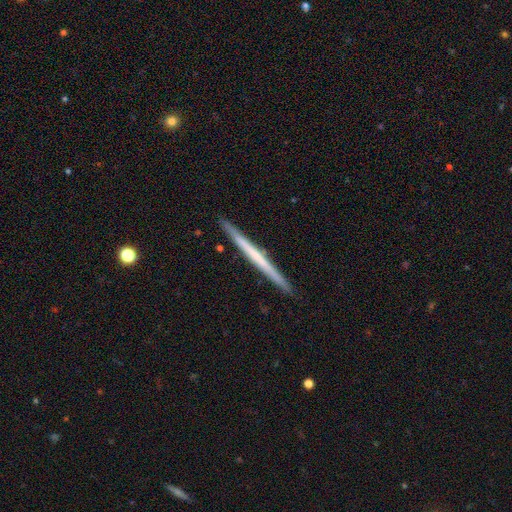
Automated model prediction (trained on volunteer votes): smooth-or-featured: featured or disk: 59% | smooth: 36% | star or artifact: 5%
  disk-edge-on: yes: 98% | no: 2%
    edge-on-bulge: none: 84% | rounded: 11% | boxy: 5%
  merging: none: 92% | minor disturbance: 5% | major disturbance: 1% | merger: 1%